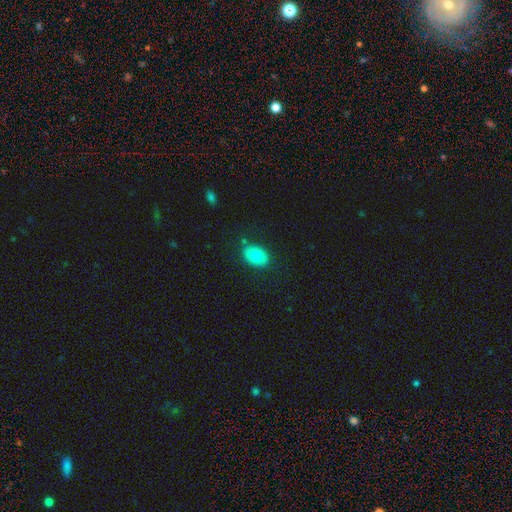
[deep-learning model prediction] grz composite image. It shows a smooth galaxy with no disk features (78%) that is in between round and cigar-shaped (82%). Merging: none (81%).